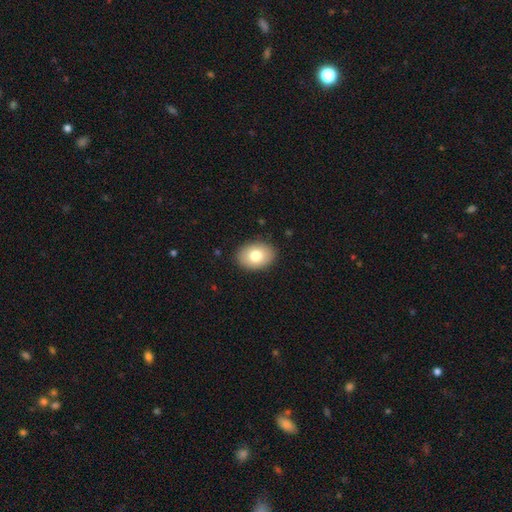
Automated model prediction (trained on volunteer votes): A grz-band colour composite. It shows a smooth galaxy with no disk features (78%) that is in between round and cigar-shaped (77%). Merging: none (89%).